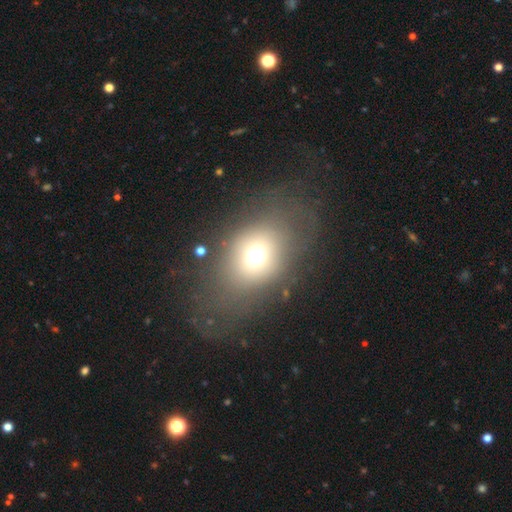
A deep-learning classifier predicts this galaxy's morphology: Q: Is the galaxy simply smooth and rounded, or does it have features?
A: smooth — 65%.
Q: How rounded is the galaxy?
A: in between — 54%.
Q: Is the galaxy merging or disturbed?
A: none — 65%.